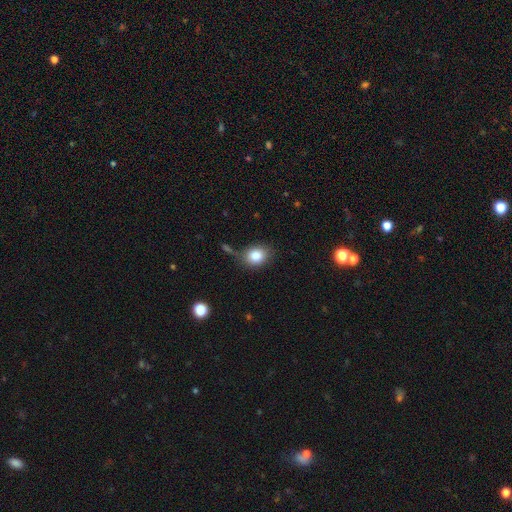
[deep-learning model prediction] Smooth or featured? Predicted: smooth (p=0.83). How rounded? Predicted: in between (p=0.52). Merging? Predicted: none (p=0.69).